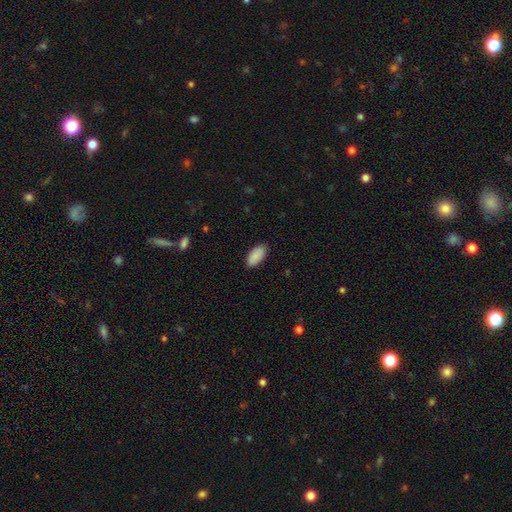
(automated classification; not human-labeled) A smooth galaxy with no disk features (90%) that is in between round and cigar-shaped (93%). Merging: none (88%).